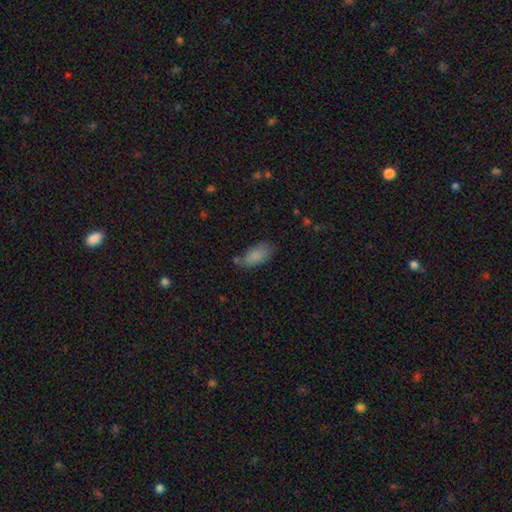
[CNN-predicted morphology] smooth-or-featured: smooth: 86% | star or artifact: 8% | featured or disk: 6%
  how-rounded: in between: 90% | cigar-shaped: 8% | round: 2%
  merging: none: 64% | minor disturbance: 23% | merger: 7% | major disturbance: 6%